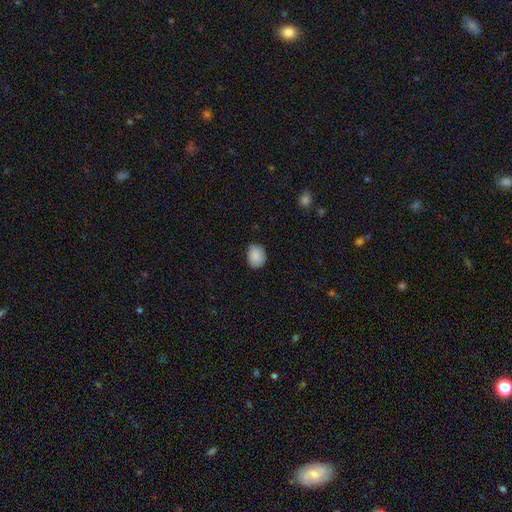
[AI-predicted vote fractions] This is clearly a smooth galaxy (87%). How rounded: possibly in between (57%). Merging: likely none (76%).